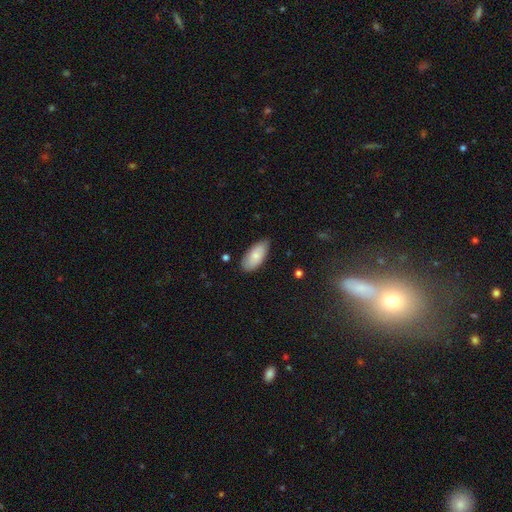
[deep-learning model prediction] smooth-or-featured: smooth: 79% | featured or disk: 15% | star or artifact: 6%
  how-rounded: in between: 91% | cigar-shaped: 7% | round: 2%
  merging: none: 78% | minor disturbance: 18% | major disturbance: 3% | merger: 1%